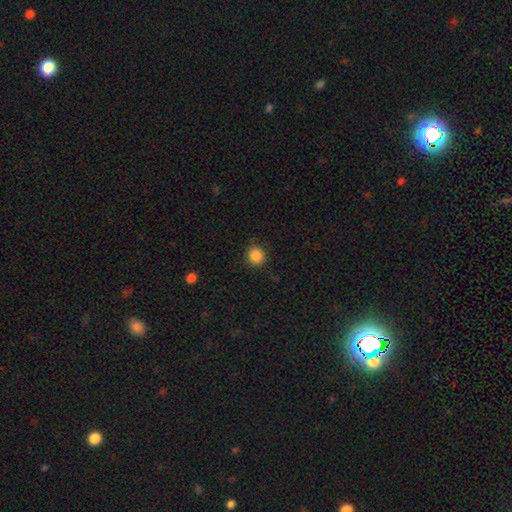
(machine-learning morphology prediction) A smooth galaxy with no disk features (87%) that is round (92%). Merging: none (89%).